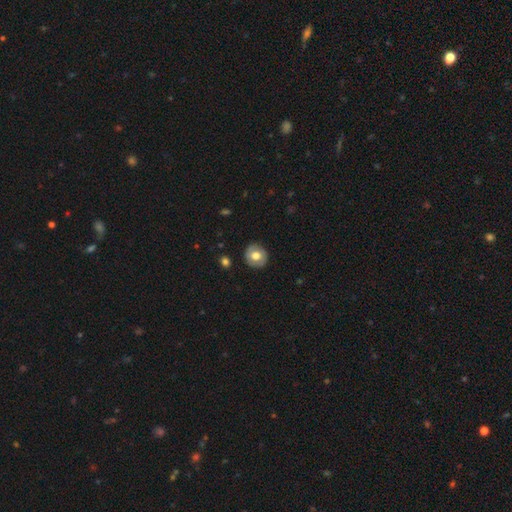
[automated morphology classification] type=smooth (65%); roundness=round (85%); merging=none (86%).